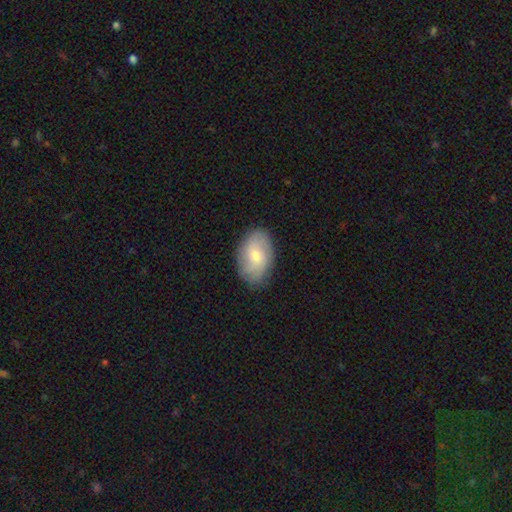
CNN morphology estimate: Q: Smooth or featured?
A: smooth (60%); runner-up: featured or disk (32%)
Q: How rounded?
A: in between (89%); runner-up: round (10%)
Q: Merging?
A: none (82%); runner-up: minor disturbance (13%)